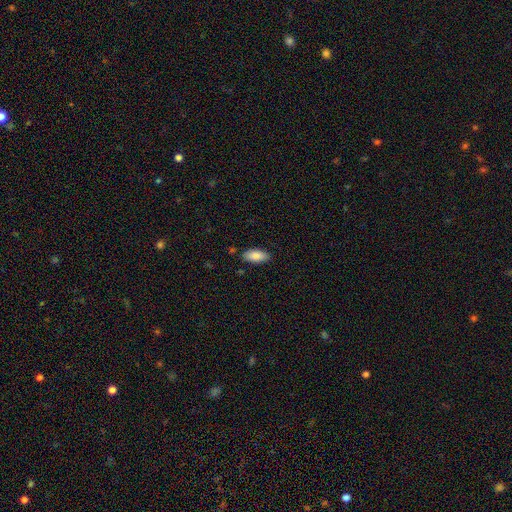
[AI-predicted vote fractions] This is clearly a smooth galaxy (86%). How rounded: clearly in between (90%). Merging: clearly none (85%).